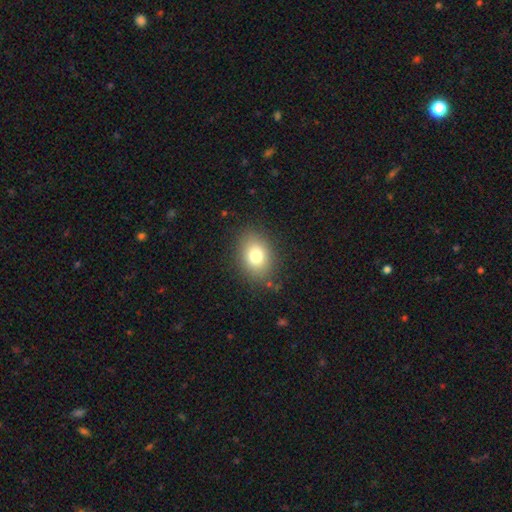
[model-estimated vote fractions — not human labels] Smooth or featured? Predicted: smooth (p=0.78). How rounded? Predicted: in between (p=0.68). Merging? Predicted: none (p=0.85).